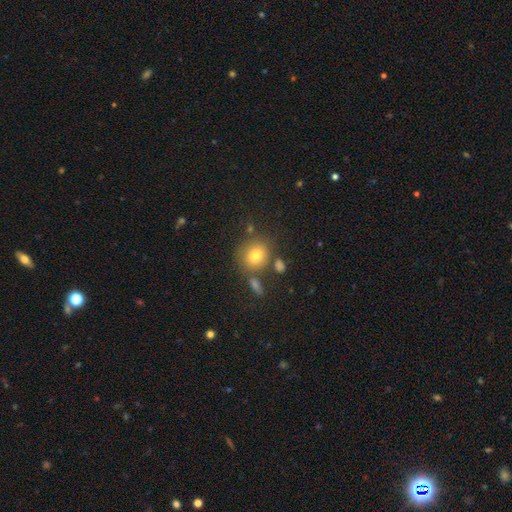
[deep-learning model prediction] smooth-or-featured: smooth: 75% | star or artifact: 13% | featured or disk: 12%
  how-rounded: round: 81% | in between: 17% | cigar-shaped: 1%
  merging: none: 72% | merger: 12% | minor disturbance: 12% | major disturbance: 5%